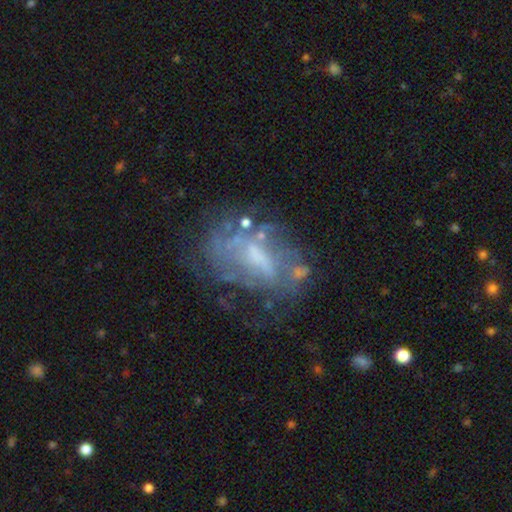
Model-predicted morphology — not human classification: This is likely a featured or disk galaxy (69%). It is clearly not viewed edge-on (95%). Bar: marginally no (42%, tied with weak). Spiral arm pattern: possibly no (51%). Central bulge: marginally small (34%). Merging: possibly none (48%).